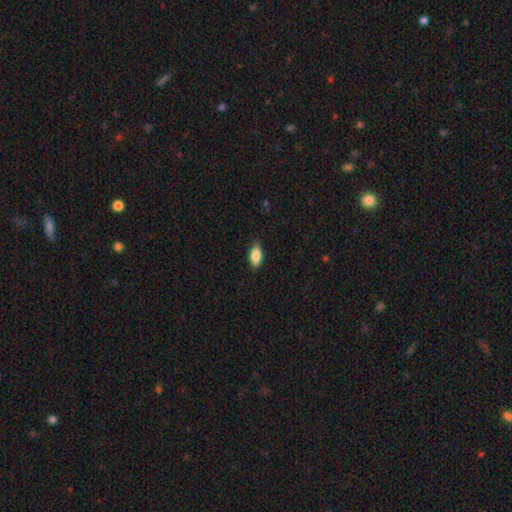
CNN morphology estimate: This is clearly a smooth galaxy (86%). How rounded: clearly in between (88%). Merging: clearly none (85%).